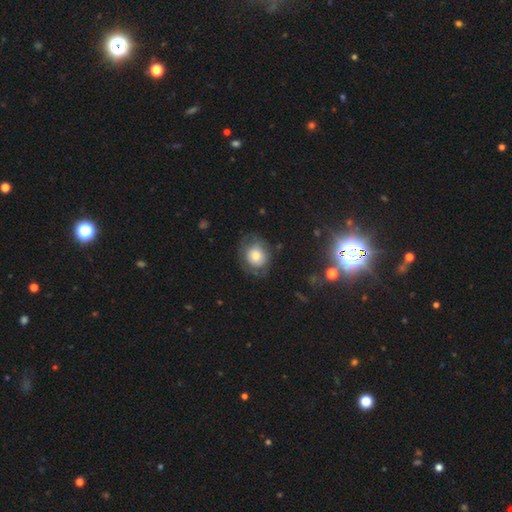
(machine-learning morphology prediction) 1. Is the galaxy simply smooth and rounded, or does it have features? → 67% smooth, 23% featured or disk, 9% star or artifact.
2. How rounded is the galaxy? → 72% round, 27% in between, 1% cigar-shaped.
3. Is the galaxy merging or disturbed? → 67% none, 20% minor disturbance, 11% major disturbance, 2% merger.